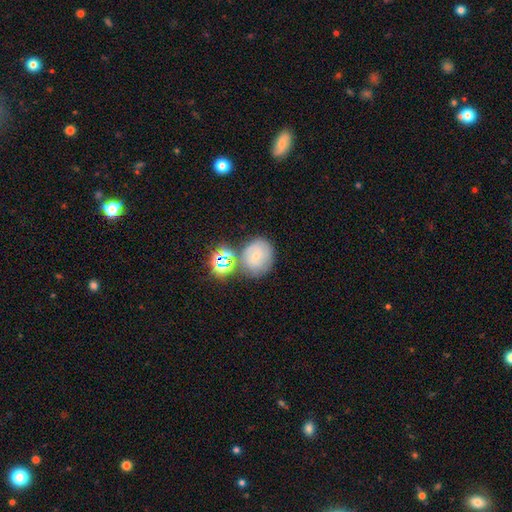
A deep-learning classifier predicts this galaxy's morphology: This is possibly a smooth galaxy (48%). Merging: likely none (60%).